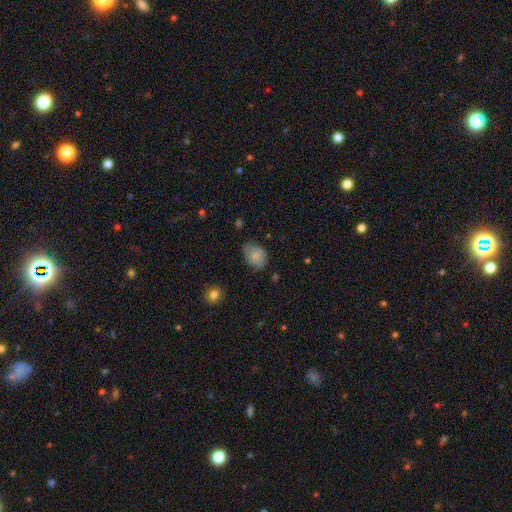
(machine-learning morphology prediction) The model was most divided on "merging": none: 64%, minor disturbance: 29%, major disturbance: 6%, merger: 2%. More confident: smooth or featured — smooth (77%); how rounded — in between (68%).